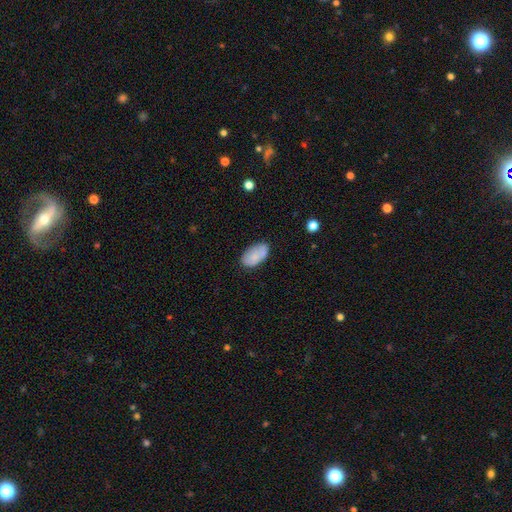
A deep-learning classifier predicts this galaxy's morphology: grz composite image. It shows a smooth galaxy with no disk features (77%) that is in between round and cigar-shaped (94%). Merging: none (69%).